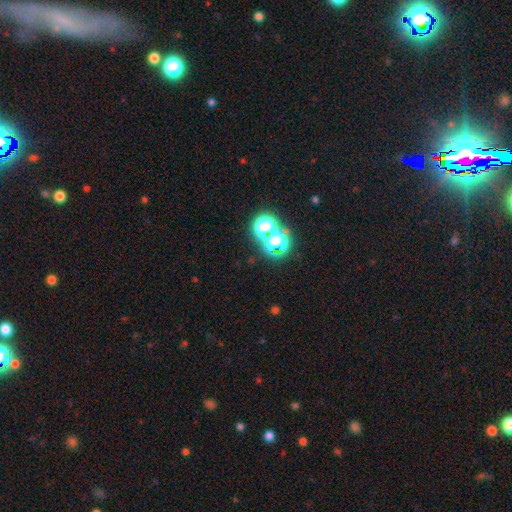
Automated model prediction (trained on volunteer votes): smooth-or-featured: star or artifact: 70% | smooth: 23% | featured or disk: 8%